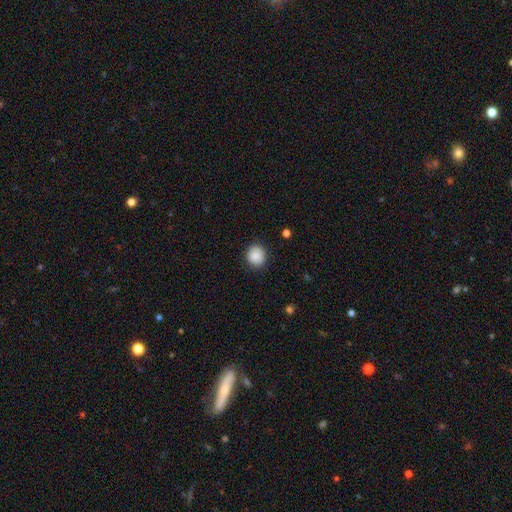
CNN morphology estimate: Overall: smooth (88%). How rounded: round (84%). Merging: none (87%).